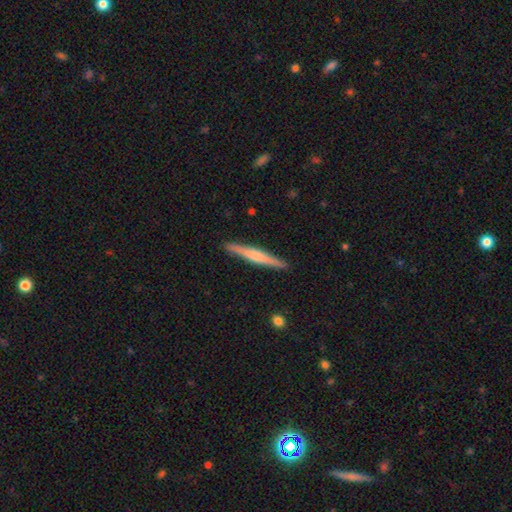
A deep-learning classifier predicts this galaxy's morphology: smooth-or-featured: featured or disk: 55% | smooth: 39% | star or artifact: 5%
  disk-edge-on: yes: 98% | no: 2%
    edge-on-bulge: rounded: 59% | none: 24% | boxy: 16%
  merging: none: 92% | minor disturbance: 6% | major disturbance: 1% | merger: 1%